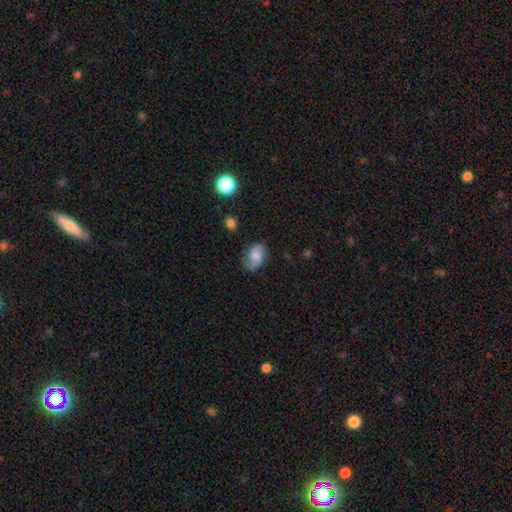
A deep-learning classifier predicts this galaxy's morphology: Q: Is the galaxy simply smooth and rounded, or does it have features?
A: featured or disk — 59%.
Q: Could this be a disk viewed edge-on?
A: no — 97%.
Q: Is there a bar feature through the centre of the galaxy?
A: no — 52%.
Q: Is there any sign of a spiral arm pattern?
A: yes — 92%.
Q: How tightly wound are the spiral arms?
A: medium — 43%.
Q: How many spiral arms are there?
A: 2 — 86%.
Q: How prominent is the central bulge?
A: moderate — 37%.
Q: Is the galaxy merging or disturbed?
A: none — 72%.